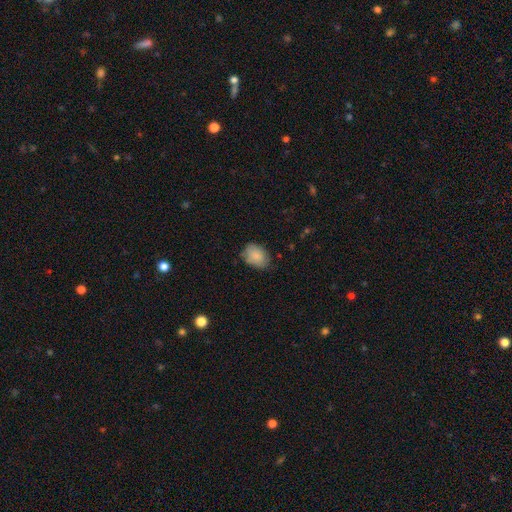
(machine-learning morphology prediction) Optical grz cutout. It shows a smooth galaxy with no disk features (85%) that is in between round and cigar-shaped (75%). Merging: none (71%).